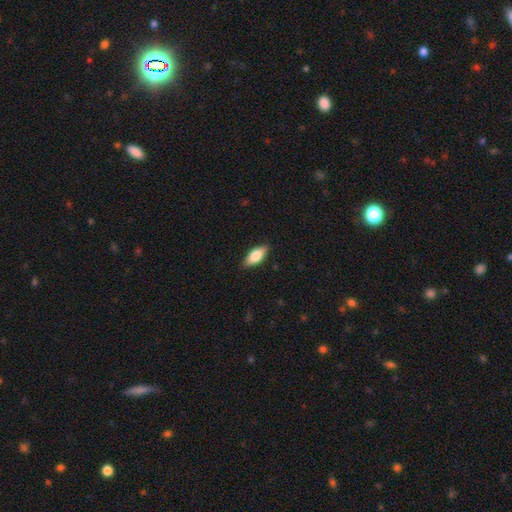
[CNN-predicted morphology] type=smooth (76%); roundness=in between (80%); merging=none (88%).